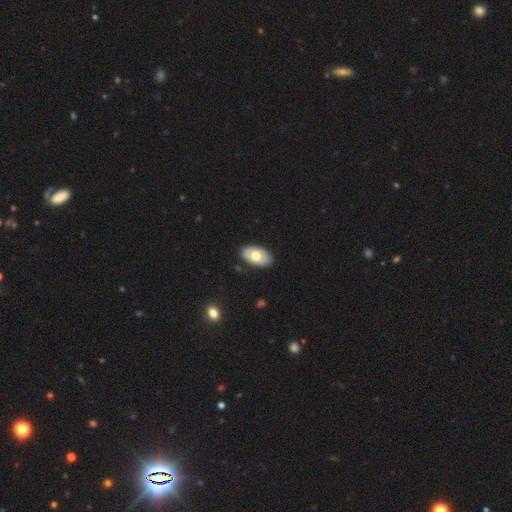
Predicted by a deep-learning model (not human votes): A smooth galaxy with no disk features (54%) that is in between round and cigar-shaped (92%).

Vote fractions:
- Smooth or featured? smooth: 54% / featured or disk: 40% / star or artifact: 6%
- How rounded? in between: 92% / round: 7% / cigar-shaped: 1%
- Merging? none: 85% / minor disturbance: 11% / major disturbance: 2% / merger: 1%